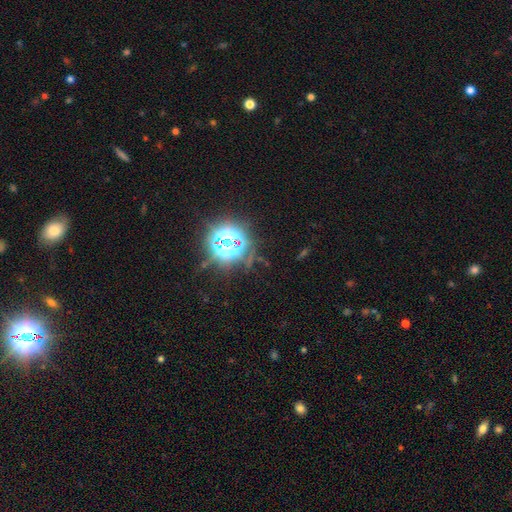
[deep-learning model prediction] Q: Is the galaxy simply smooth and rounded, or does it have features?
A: star or artifact — 85%.